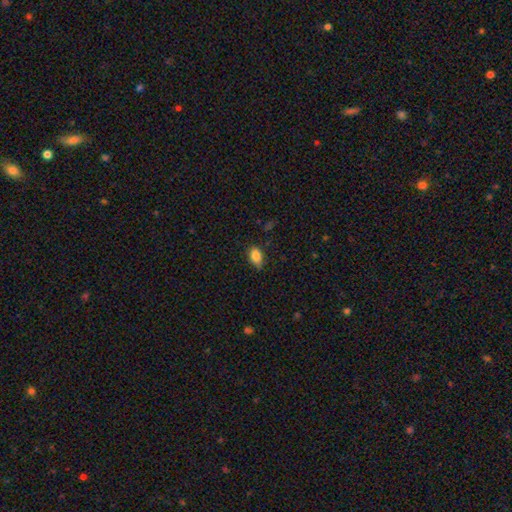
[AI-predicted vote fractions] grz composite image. It shows a smooth galaxy with no disk features (85%) that is in between round and cigar-shaped (87%). Merging: none (74%).